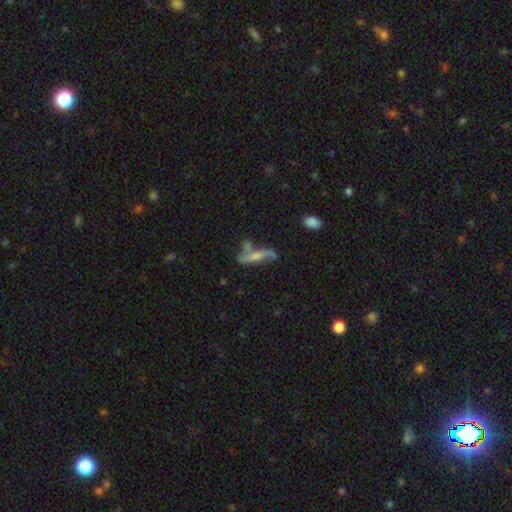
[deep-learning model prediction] A featured or disk galaxy (60%). Merging: none (47%).